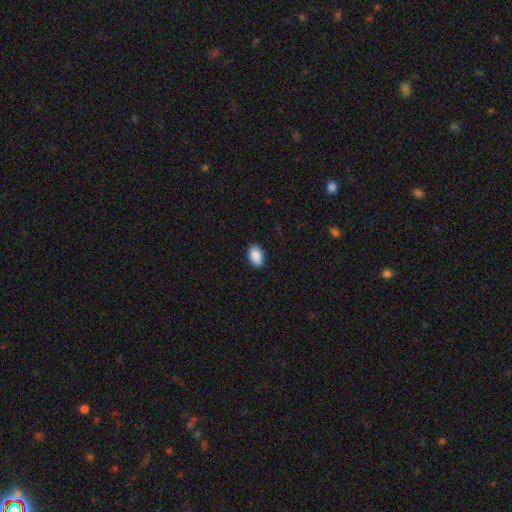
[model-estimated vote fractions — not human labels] Overall: smooth (90%). How rounded: in between (88%). Merging: none (89%).